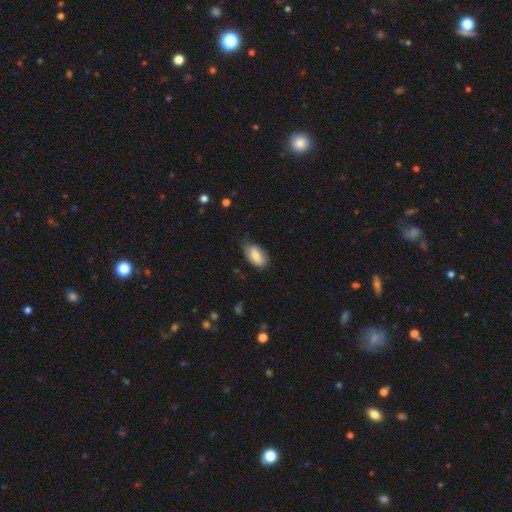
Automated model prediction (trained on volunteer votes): smooth_or_featured: smooth (p=0.72) [alt: featured or disk p=0.22]
how_rounded: in between (p=0.93) [alt: round p=0.05]
merging: none (p=0.59) [alt: minor disturbance p=0.33]